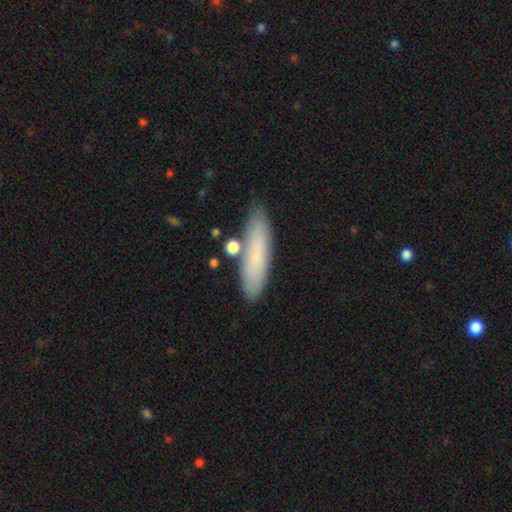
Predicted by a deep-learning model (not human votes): Smooth or featured: smooth — 76% (featured or disk — 16%)
How rounded: cigar-shaped — 72% (in between — 26%)
Merging: none — 80% (minor disturbance — 12%)